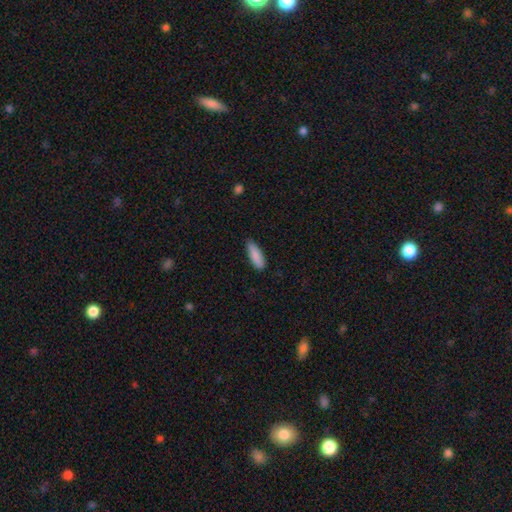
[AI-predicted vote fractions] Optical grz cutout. It shows a smooth galaxy with no disk features (88%) that is in between round and cigar-shaped (54%). Merging: none (84%).